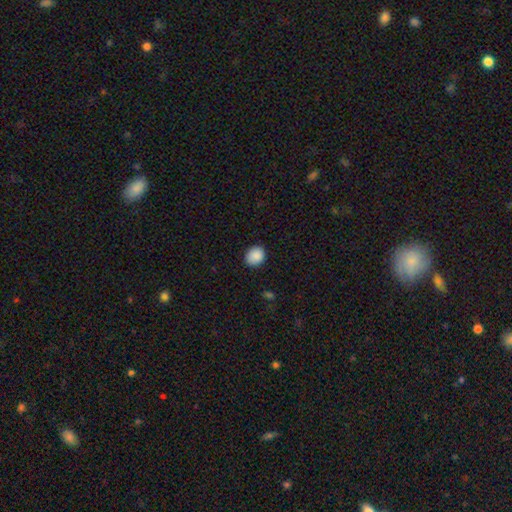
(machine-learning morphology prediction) A smooth galaxy with no disk features (89%) that is round (65%).

Vote fractions:
- Smooth or featured? smooth: 89% / star or artifact: 8% / featured or disk: 3%
- How rounded? round: 65% / in between: 34% / cigar-shaped: 1%
- Merging? none: 87% / minor disturbance: 10% / major disturbance: 2% / merger: 1%